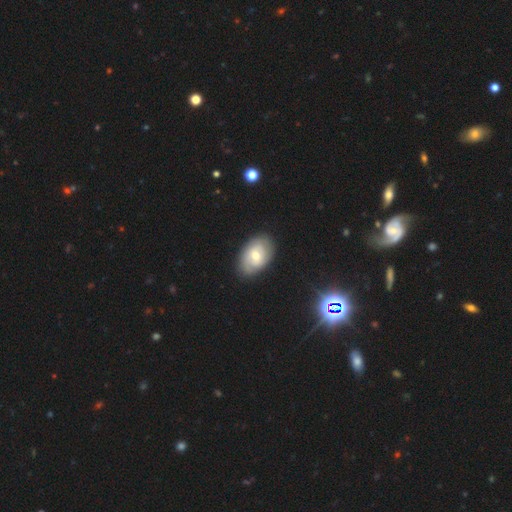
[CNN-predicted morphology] Q: Smooth or featured?
A: featured or disk (60%); runner-up: smooth (34%)
Q: Edge-on disk?
A: no (95%); runner-up: yes (5%)
Q: Bar?
A: no (56%); runner-up: weak (36%)
Q: Spiral arms?
A: yes (75%); runner-up: no (25%)
Q: Bulge size?
A: moderate (64%); runner-up: small (30%)
Q: Merging?
A: none (80%); runner-up: minor disturbance (15%)